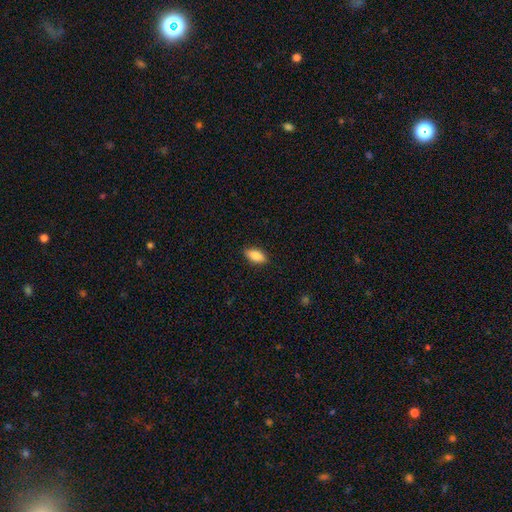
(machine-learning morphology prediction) smooth 87%, star or artifact 7%, featured or disk 6%. Down the decision tree: how rounded — in between (89%); merging — none (88%).